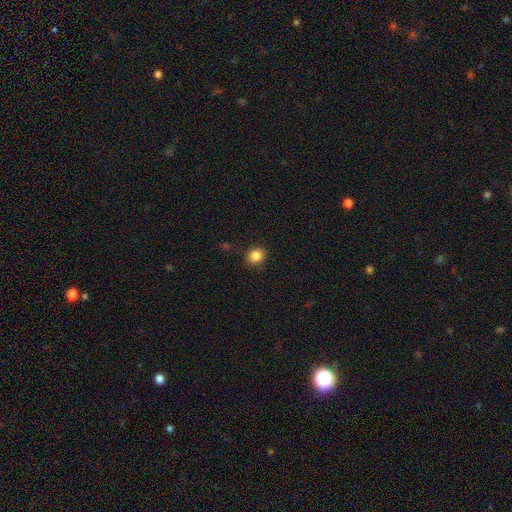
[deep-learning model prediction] Q: Smooth or featured?
A: smooth (85%); runner-up: star or artifact (11%)
Q: How rounded?
A: round (74%); runner-up: in between (25%)
Q: Merging?
A: none (88%); runner-up: minor disturbance (9%)